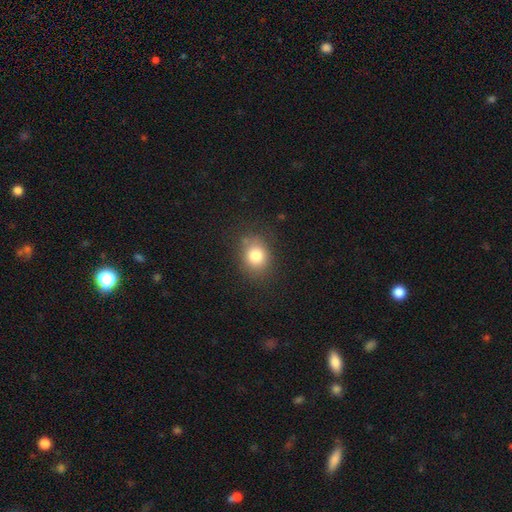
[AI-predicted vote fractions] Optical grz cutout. It shows a smooth galaxy with no disk features (80%) that is round (58%). Merging: none (77%).